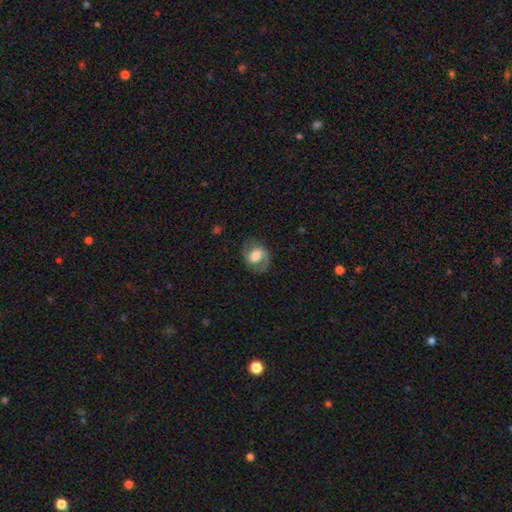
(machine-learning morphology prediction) This is possibly a featured or disk galaxy (54%). It is clearly not viewed edge-on (96%). Bar: marginally weak (44%). Spiral arm pattern: likely yes (79%). Central bulge: possibly moderate (55%). Merging: likely none (74%).